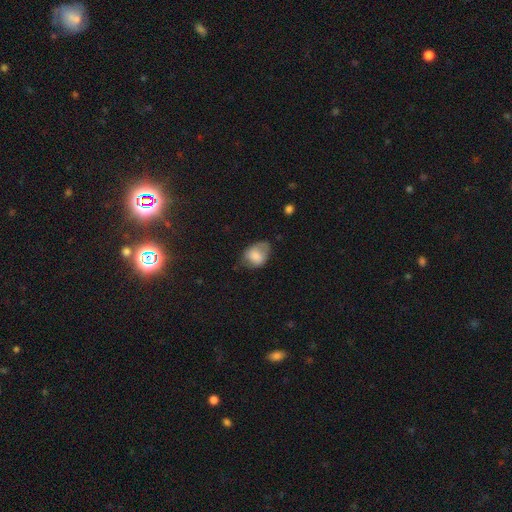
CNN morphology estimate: smooth-or-featured: smooth: 74% | featured or disk: 18% | star or artifact: 8%
  how-rounded: in between: 71% | round: 28% | cigar-shaped: 1%
  merging: none: 45% | minor disturbance: 37% | major disturbance: 16% | merger: 2%